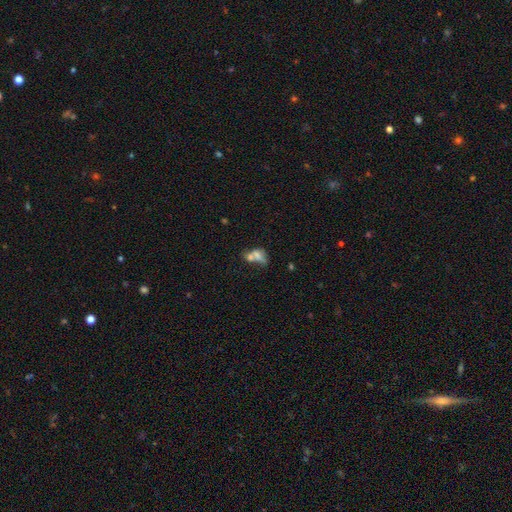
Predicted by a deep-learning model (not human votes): Smooth or featured? Predicted: smooth (p=0.61). How rounded? Predicted: in between (p=0.76). Merging? Predicted: merger (p=0.58).